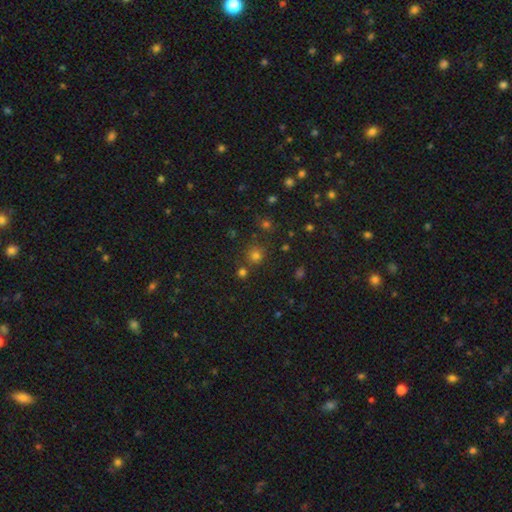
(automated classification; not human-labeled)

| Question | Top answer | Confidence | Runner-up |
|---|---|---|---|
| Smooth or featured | smooth | 68% | star or artifact (26%) |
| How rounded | round | 90% | in between (9%) |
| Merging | none | 76% | merger (12%) |